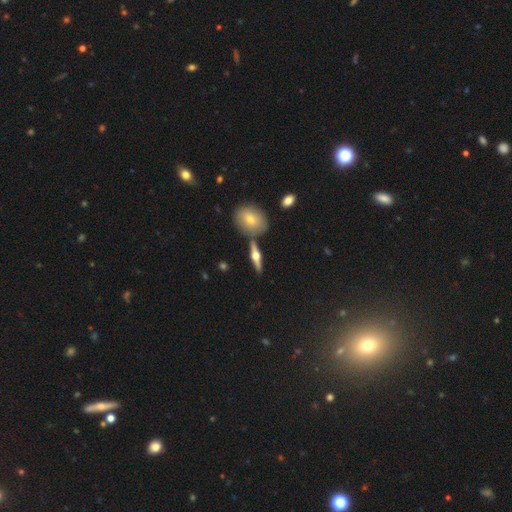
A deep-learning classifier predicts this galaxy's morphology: smooth-or-featured: featured or disk: 68% | smooth: 26% | star or artifact: 6%
  disk-edge-on: yes: 95% | no: 5%
    edge-on-bulge: rounded: 96% | boxy: 3% | none: 2%
  merging: none: 78% | merger: 11% | minor disturbance: 9% | major disturbance: 3%